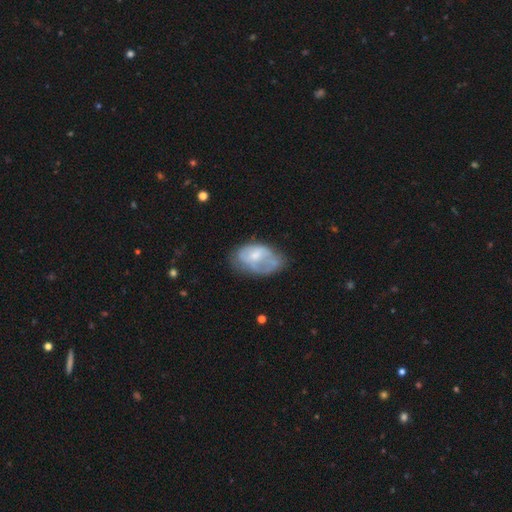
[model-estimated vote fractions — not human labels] Smooth or featured? featured or disk (50%)
Merging? none (39%)